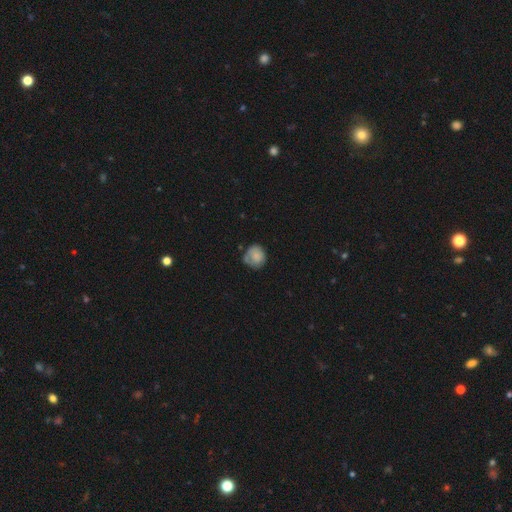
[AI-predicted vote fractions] The model was most divided on "merging": none: 59%, minor disturbance: 28%, major disturbance: 9%, merger: 5%. More confident: how rounded — round (84%); smooth or featured — smooth (75%).